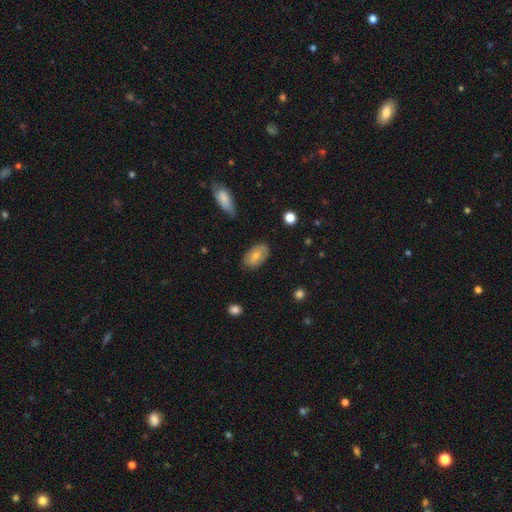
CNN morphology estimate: A smooth galaxy with no disk features (63%) that is in between round and cigar-shaped (92%). Merging: none (77%).